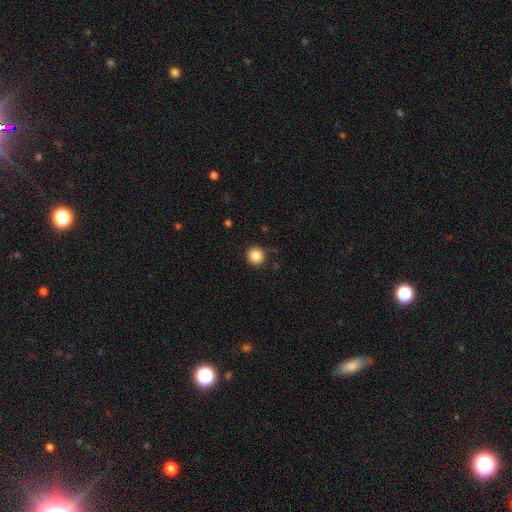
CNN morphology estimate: This appears to be a smooth galaxy with no disk features (86%) that is round (94%). Merging: none (88%).